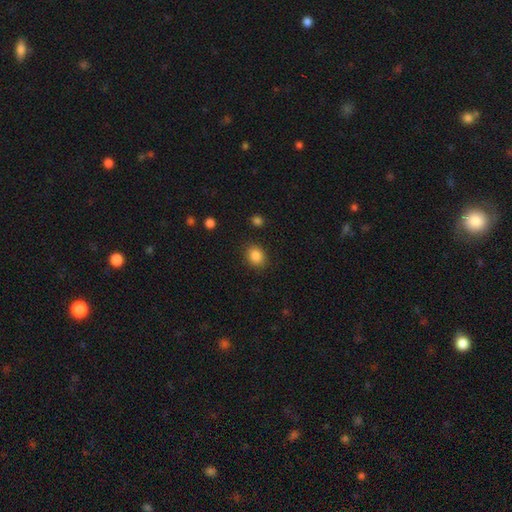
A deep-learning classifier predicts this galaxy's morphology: A smooth galaxy with no disk features (86%) that is round (51%). Merging: none (88%).